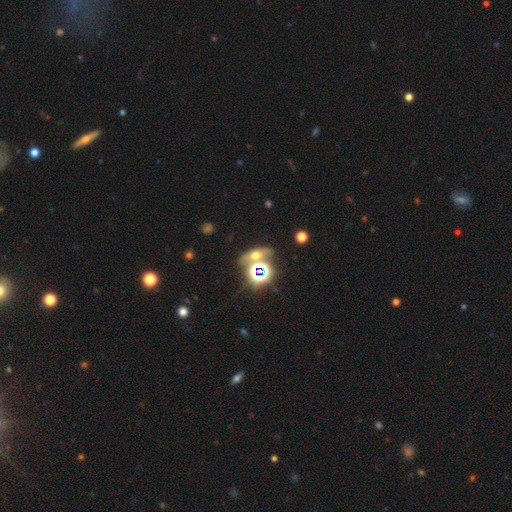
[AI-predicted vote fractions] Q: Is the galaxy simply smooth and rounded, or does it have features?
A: star or artifact — 40%.